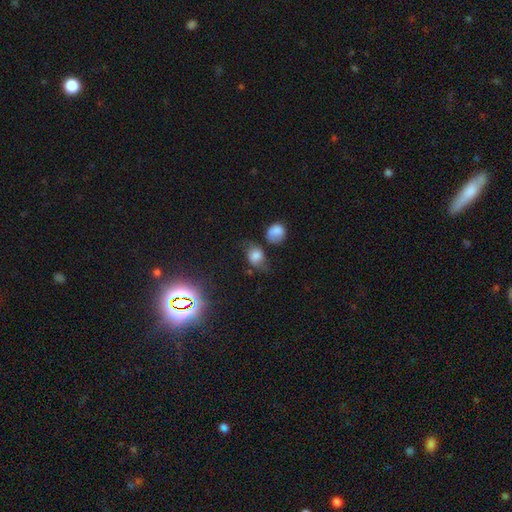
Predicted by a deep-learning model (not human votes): This appears to be a smooth galaxy with no disk features (71%) that is in between round and cigar-shaped (63%). Merging: none (50%).